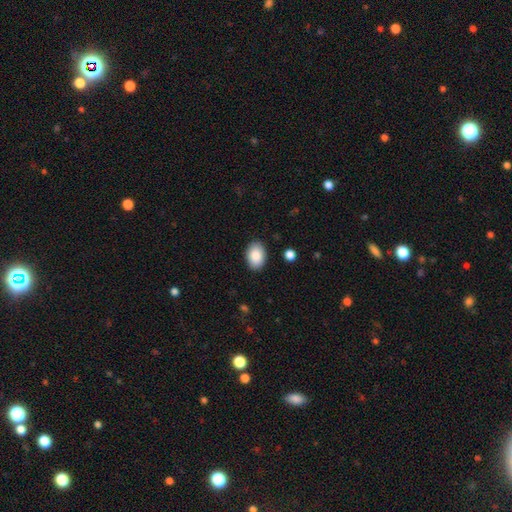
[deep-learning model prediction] Q: Smooth or featured?
A: smooth (89%); runner-up: star or artifact (7%)
Q: How rounded?
A: in between (86%); runner-up: round (13%)
Q: Merging?
A: none (88%); runner-up: minor disturbance (8%)